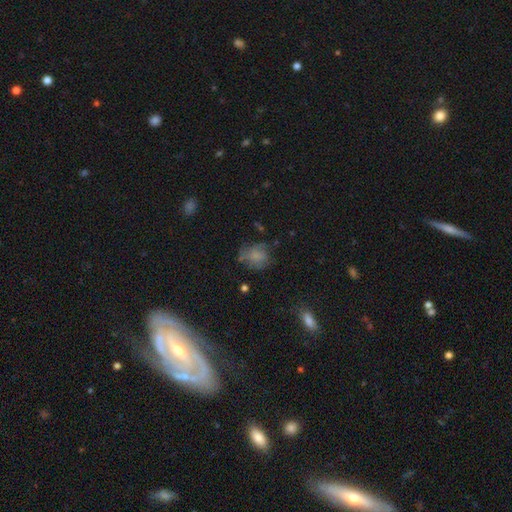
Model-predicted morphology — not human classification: Smooth or featured: smooth — 66% (featured or disk — 21%)
How rounded: round — 62% (in between — 37%)
Merging: none — 50% (minor disturbance — 27%)